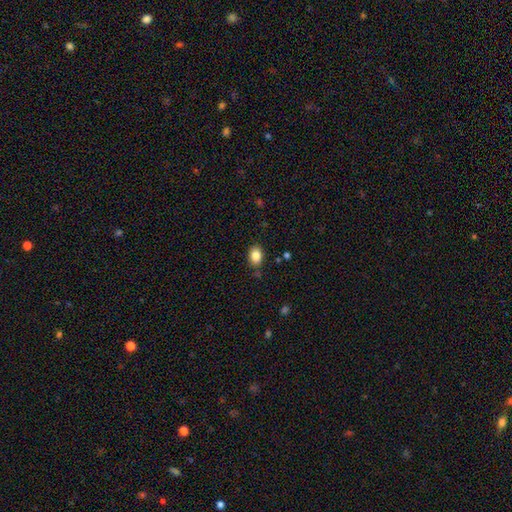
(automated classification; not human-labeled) smooth_or_featured: smooth (p=0.85) [alt: star or artifact p=0.09]
how_rounded: in between (p=0.73) [alt: round p=0.26]
merging: none (p=0.83) [alt: minor disturbance p=0.12]